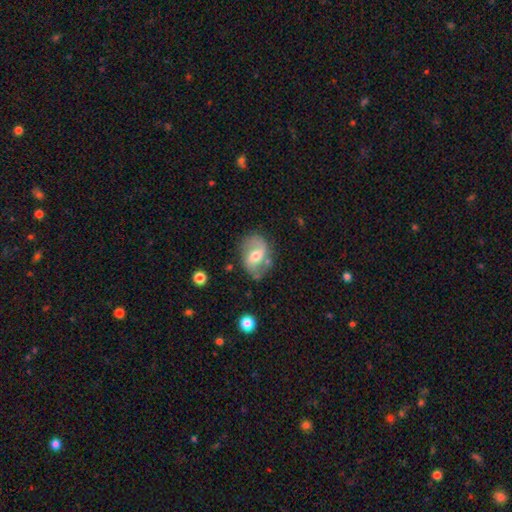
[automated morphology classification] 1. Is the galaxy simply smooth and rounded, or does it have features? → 67% featured or disk, 26% smooth, 7% star or artifact.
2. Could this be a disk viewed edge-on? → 96% no, 4% yes.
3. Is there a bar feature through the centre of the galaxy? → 46% weak, 35% no, 20% strong.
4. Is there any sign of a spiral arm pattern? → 86% yes, 14% no.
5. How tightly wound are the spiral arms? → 49% loose, 38% medium, 12% tight.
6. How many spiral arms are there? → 87% 2, 6% can't tell, 5% 1, 1% 3, 1% 4, 1% more than 4.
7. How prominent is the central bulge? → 64% moderate, 27% small, 6% large, 2% none, 1% dominant.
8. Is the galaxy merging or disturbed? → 70% none, 19% minor disturbance, 7% major disturbance, 3% merger.